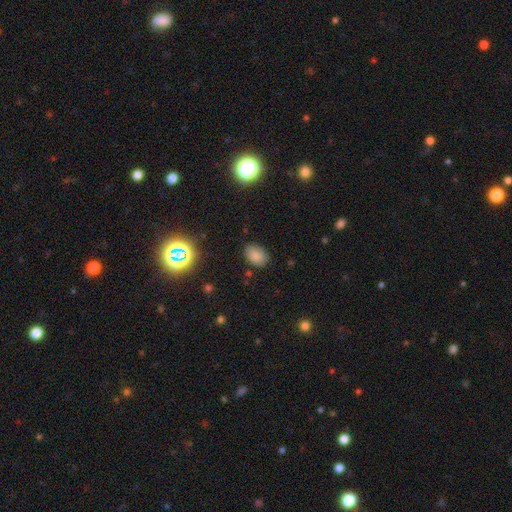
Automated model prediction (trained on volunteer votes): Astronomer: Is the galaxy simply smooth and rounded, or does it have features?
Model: smooth — 79%.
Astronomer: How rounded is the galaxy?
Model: in between — 81%.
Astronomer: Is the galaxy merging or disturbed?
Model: none — 81%.